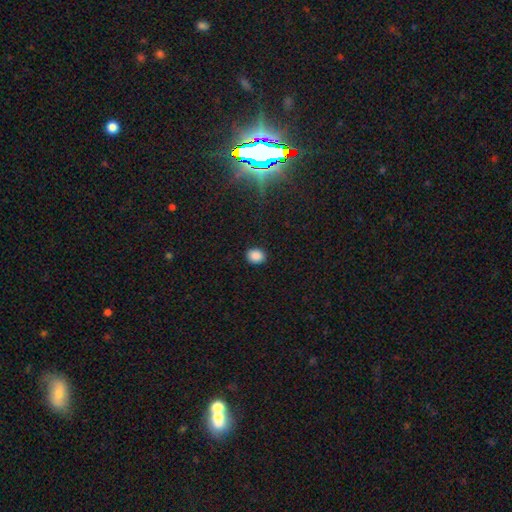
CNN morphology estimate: Smooth or featured? Predicted: smooth (p=0.87). How rounded? Predicted: round (p=0.59). Merging? Predicted: none (p=0.90).